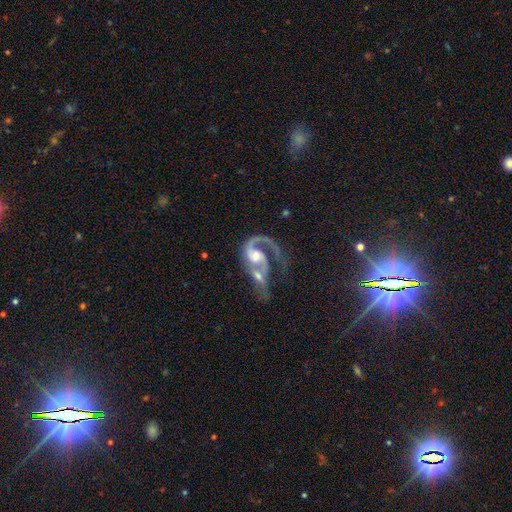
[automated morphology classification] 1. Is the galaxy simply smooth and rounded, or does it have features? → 86% featured or disk, 9% smooth, 5% star or artifact.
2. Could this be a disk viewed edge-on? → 98% no, 2% yes.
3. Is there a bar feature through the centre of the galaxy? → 56% no, 34% weak, 10% strong.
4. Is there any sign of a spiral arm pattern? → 94% yes, 6% no.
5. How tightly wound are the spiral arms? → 46% medium, 34% loose, 20% tight.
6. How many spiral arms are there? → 54% 1, 38% 2, 4% can't tell, 2% 3, 1% 4, 1% more than 4.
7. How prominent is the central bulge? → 63% moderate, 22% small, 10% large, 3% none, 2% dominant.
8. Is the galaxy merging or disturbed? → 60% merger, 17% major disturbance, 15% none, 8% minor disturbance.